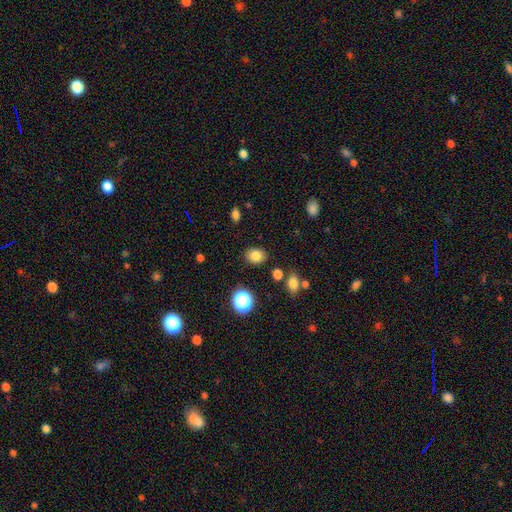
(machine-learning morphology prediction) smooth-or-featured: smooth: 82% | star or artifact: 12% | featured or disk: 6%
  how-rounded: in between: 53% | round: 46% | cigar-shaped: 1%
  merging: none: 84% | minor disturbance: 11% | major disturbance: 3% | merger: 3%